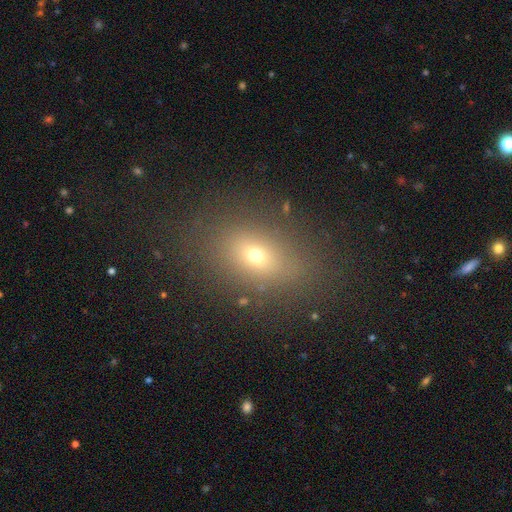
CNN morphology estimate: Smooth or featured? Predicted: smooth (p=0.63). How rounded? Predicted: in between (p=0.70). Merging? Predicted: none (p=0.81).